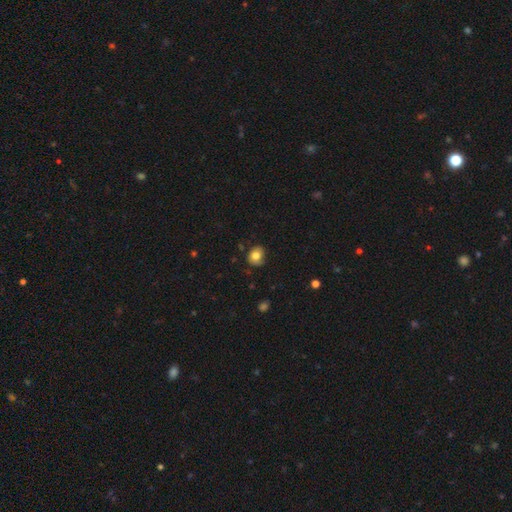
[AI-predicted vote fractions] Smooth or featured: smooth — 77% (featured or disk — 13%)
How rounded: round — 61% (in between — 38%)
Merging: none — 71% (minor disturbance — 23%)